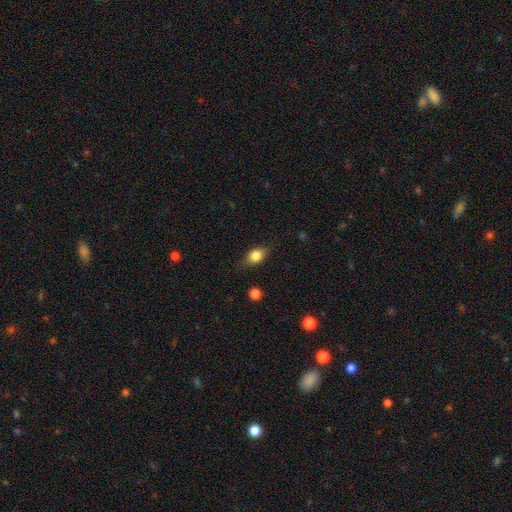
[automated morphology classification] Smooth or featured?
  - smooth: 79% *
  - featured or disk: 13%
  - star or artifact: 9%
How rounded?
  - in between: 68% *
  - round: 28%
  - cigar-shaped: 4%
Merging?
  - none: 77% *
  - minor disturbance: 17%
  - major disturbance: 4%
  - merger: 1%